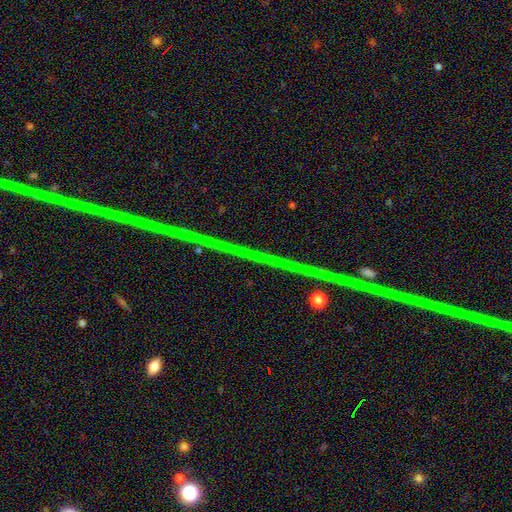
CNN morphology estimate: Q: Smooth or featured?
A: star or artifact (79%); runner-up: featured or disk (14%)